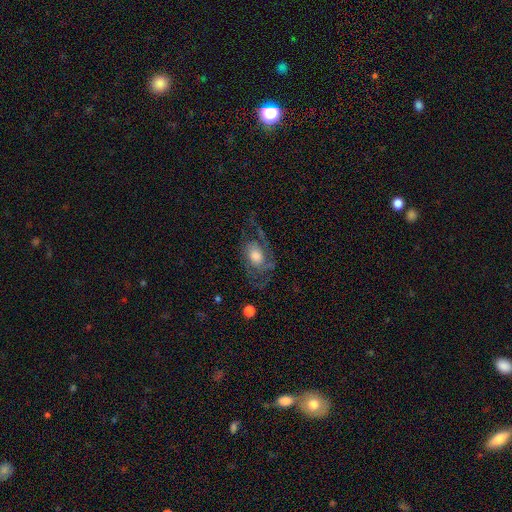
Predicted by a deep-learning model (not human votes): This is likely a featured or disk galaxy (67%). It is clearly not viewed edge-on (95%). Bar: likely no (75%). Spiral arm pattern: clearly yes (81%). Spiral arm count: possibly 2 (54%). Spiral winding: marginally medium (44%). Central bulge: possibly moderate (47%). Merging: possibly none (51%).